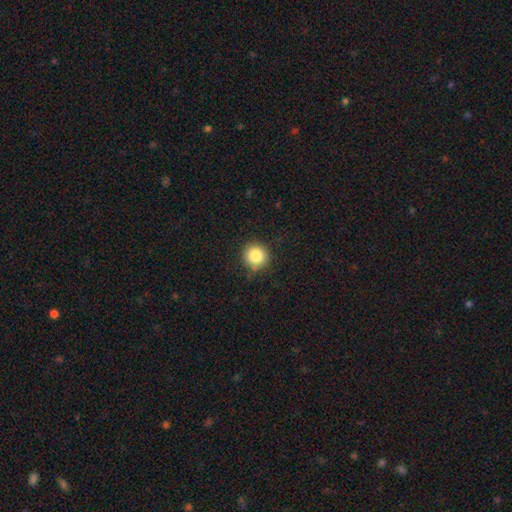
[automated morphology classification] Smooth or featured?
  - smooth: 84% *
  - star or artifact: 10%
  - featured or disk: 5%
How rounded?
  - round: 94% *
  - in between: 5%
  - cigar-shaped: 1%
Merging?
  - none: 85% *
  - minor disturbance: 11%
  - major disturbance: 3%
  - merger: 1%